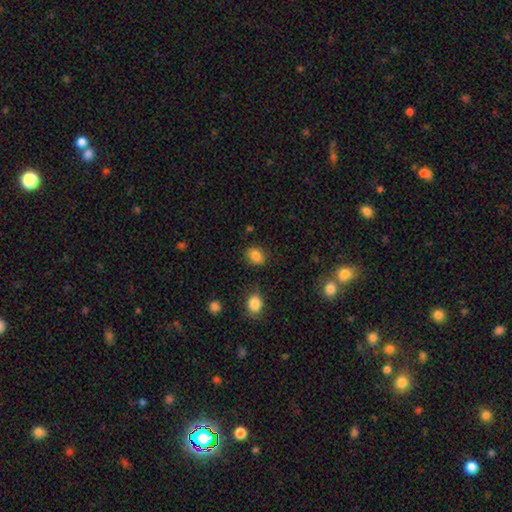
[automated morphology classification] Smooth or featured?
  - smooth: 85% *
  - star or artifact: 10%
  - featured or disk: 5%
How rounded?
  - in between: 54% *
  - round: 45%
  - cigar-shaped: 1%
Merging?
  - none: 82% *
  - minor disturbance: 12%
  - major disturbance: 3%
  - merger: 2%